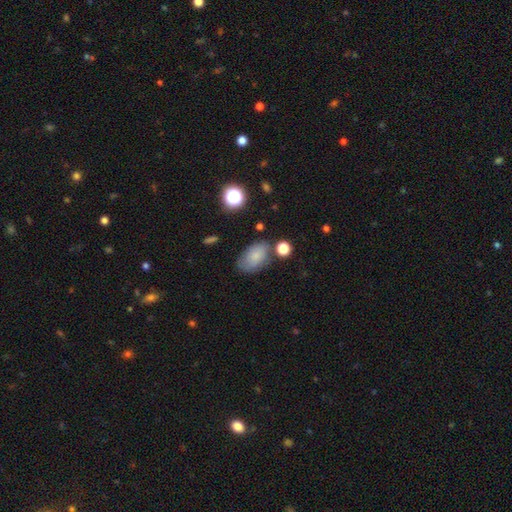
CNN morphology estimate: Q: Smooth or featured?
A: smooth (78%); runner-up: featured or disk (12%)
Q: How rounded?
A: in between (90%); runner-up: round (8%)
Q: Merging?
A: none (66%); runner-up: minor disturbance (21%)